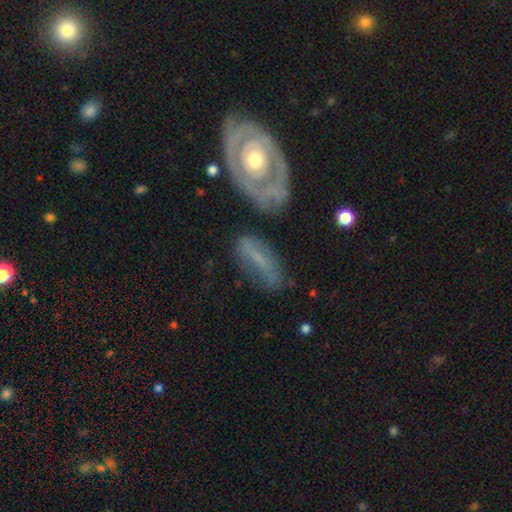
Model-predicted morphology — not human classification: type=featured or disk (55%); edge-on=no (83%); merging=none (60%).